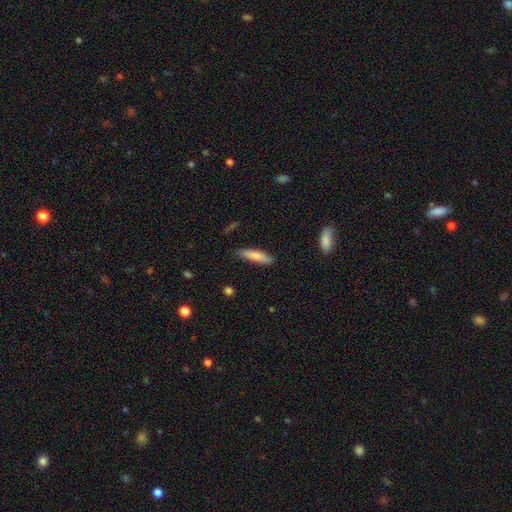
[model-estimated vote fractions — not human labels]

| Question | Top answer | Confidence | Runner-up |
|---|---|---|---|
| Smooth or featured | smooth | 79% | featured or disk (15%) |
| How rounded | cigar-shaped | 75% | in between (24%) |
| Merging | none | 81% | minor disturbance (15%) |